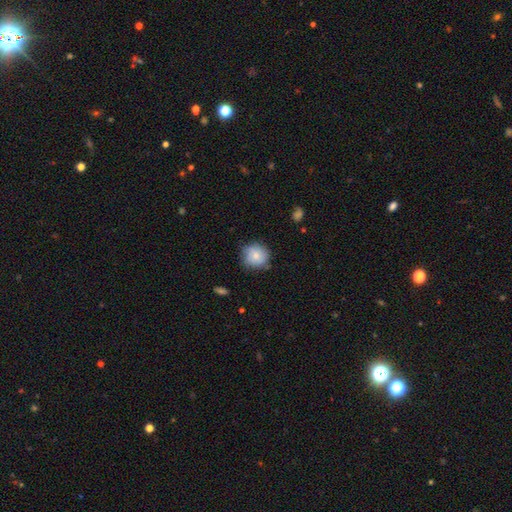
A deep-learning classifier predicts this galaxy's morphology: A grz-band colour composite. It shows a smooth galaxy with no disk features (76%) that is round (90%). Merging: none (76%).